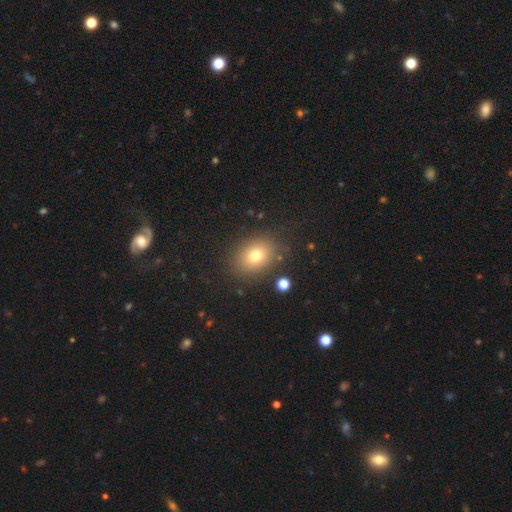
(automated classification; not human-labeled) This appears to be a smooth galaxy with no disk features (75%) that is in between round and cigar-shaped (50%). Merging: none (84%).